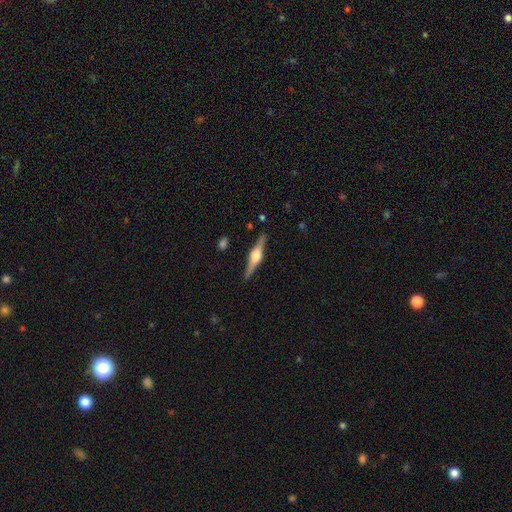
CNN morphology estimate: A featured or disk galaxy (78%) viewed edge-on (98%) with a rounded central bulge (91%). Merging: none (90%).